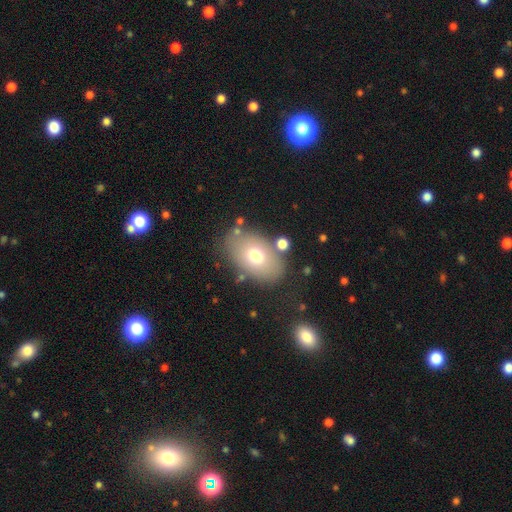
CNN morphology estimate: A smooth galaxy with no disk features (69%) that is in between round and cigar-shaped (86%). Merging: none (76%).